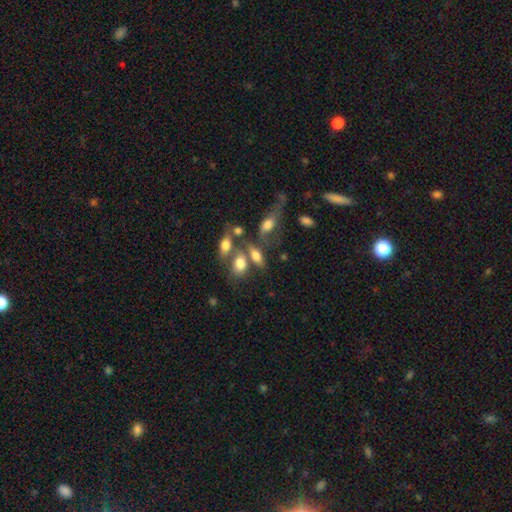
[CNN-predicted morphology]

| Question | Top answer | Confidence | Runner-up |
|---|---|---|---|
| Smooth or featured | smooth | 73% | featured or disk (16%) |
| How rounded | in between | 79% | round (14%) |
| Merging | none | 39% | merger (38%) |